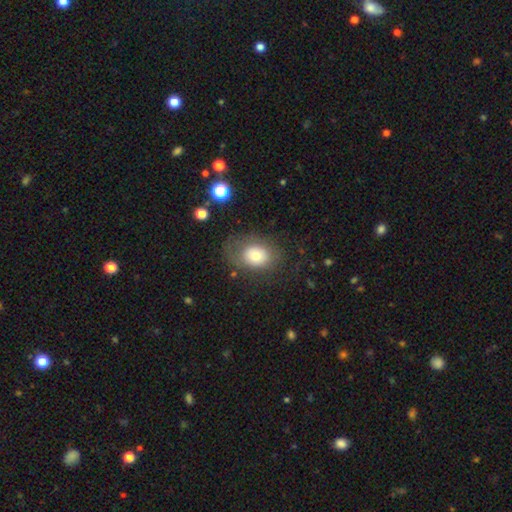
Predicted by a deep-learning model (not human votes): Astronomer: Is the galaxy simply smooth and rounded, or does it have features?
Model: smooth — 68%.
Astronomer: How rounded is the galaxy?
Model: in between — 58% (runner-up: round, 41%).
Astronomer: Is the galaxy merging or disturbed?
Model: none — 62%.